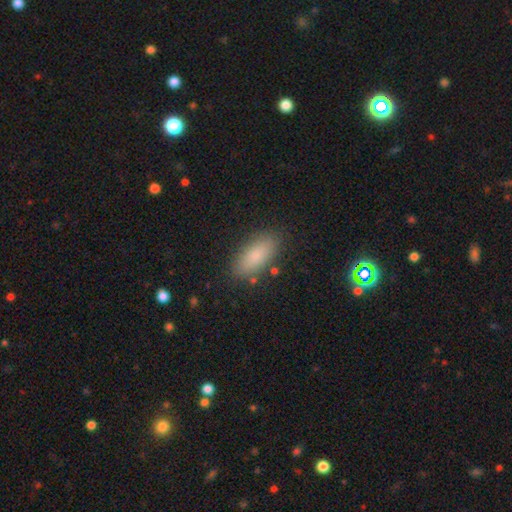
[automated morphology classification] smooth-or-featured: smooth: 84% | featured or disk: 8% | star or artifact: 8%
  how-rounded: in between: 83% | cigar-shaped: 15% | round: 2%
  merging: none: 85% | minor disturbance: 10% | major disturbance: 3% | merger: 2%